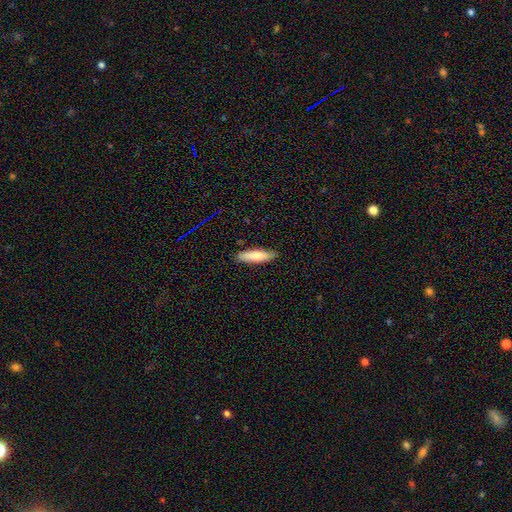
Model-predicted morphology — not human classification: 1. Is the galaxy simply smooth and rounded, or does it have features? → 82% smooth, 12% featured or disk, 6% star or artifact.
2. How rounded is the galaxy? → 64% cigar-shaped, 34% in between, 1% round.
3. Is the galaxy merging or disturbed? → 86% none, 11% minor disturbance, 2% major disturbance, 1% merger.